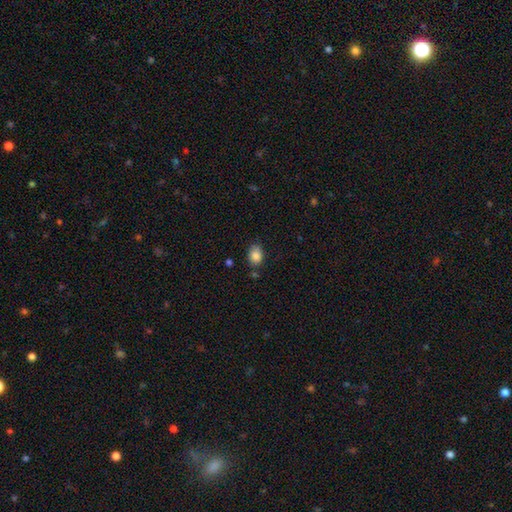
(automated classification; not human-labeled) A smooth galaxy with no disk features (85%) that is in between round and cigar-shaped (73%).

Vote fractions:
- Smooth or featured? smooth: 85% / star or artifact: 9% / featured or disk: 6%
- How rounded? in between: 73% / round: 26% / cigar-shaped: 1%
- Merging? none: 77% / minor disturbance: 16% / merger: 4% / major disturbance: 3%